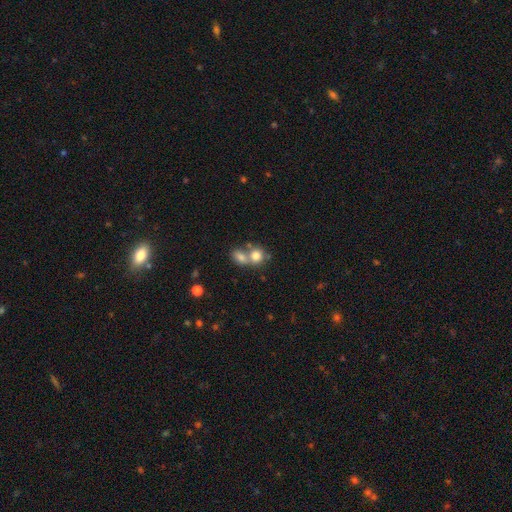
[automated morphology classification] The model was most divided on "merging": merger: 59%, none: 30%, minor disturbance: 7%, major disturbance: 4%. More confident: smooth or featured — smooth (78%); how rounded — round (68%).